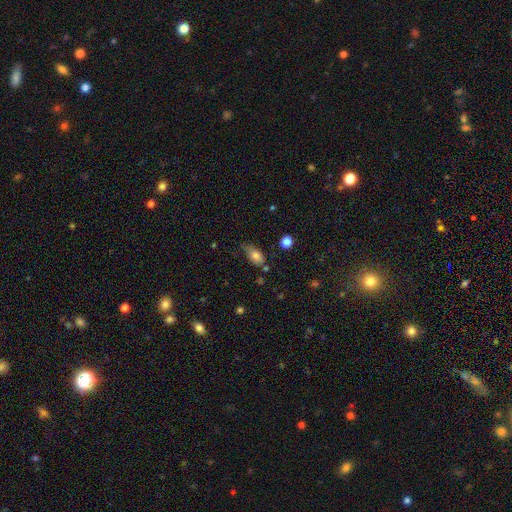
Volunteers were most divided on "merging": none: 46%, minor disturbance: 43%, major disturbance: 6%, merger: 6%. More confident: how rounded — in between (80%); smooth or featured — smooth (77%).